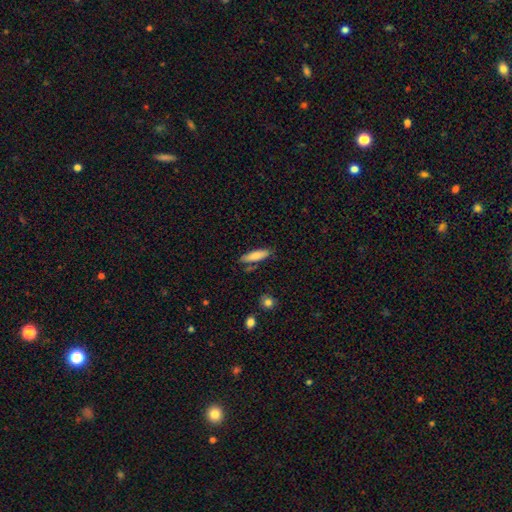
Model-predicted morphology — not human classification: Smooth or featured? smooth (79%)
How rounded? cigar-shaped (59%)
Merging? none (77%)